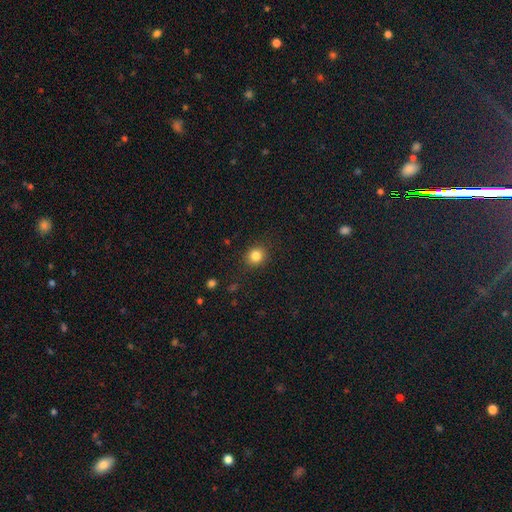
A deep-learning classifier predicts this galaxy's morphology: Smooth or featured? smooth (84%)
How rounded? round (80%)
Merging? none (88%)